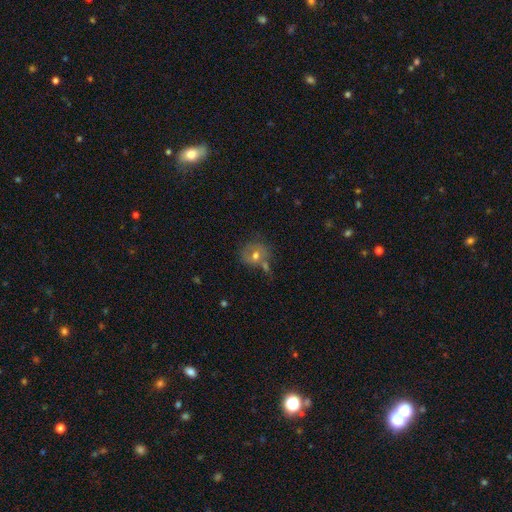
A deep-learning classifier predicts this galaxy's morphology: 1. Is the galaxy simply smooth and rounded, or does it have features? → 62% smooth, 26% featured or disk, 11% star or artifact.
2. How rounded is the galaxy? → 75% round, 24% in between, 1% cigar-shaped.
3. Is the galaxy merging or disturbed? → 48% none, 25% merger, 19% minor disturbance, 9% major disturbance.